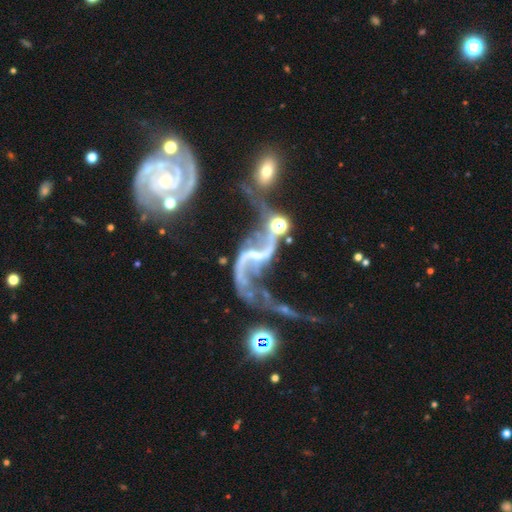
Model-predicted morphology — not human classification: The model was most divided on "bar": weak: 40%, strong: 31%, no: 30%. Remaining: edge-on disk — no (96%); spiral arms — yes (94%); spiral arm count — 2 (92%); smooth or featured — featured or disk (89%); spiral winding — loose (87%); bulge size — small (59%); merging — merger (38%).